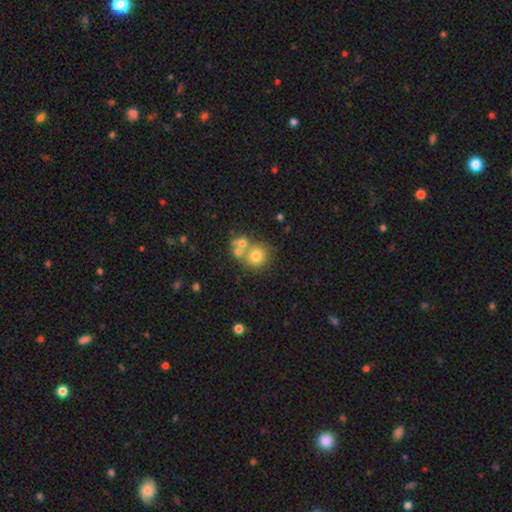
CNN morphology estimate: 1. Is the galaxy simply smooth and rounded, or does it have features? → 68% smooth, 18% featured or disk, 13% star or artifact.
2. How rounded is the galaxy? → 85% round, 14% in between, 1% cigar-shaped.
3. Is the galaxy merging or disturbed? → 47% none, 40% merger, 9% minor disturbance, 4% major disturbance.